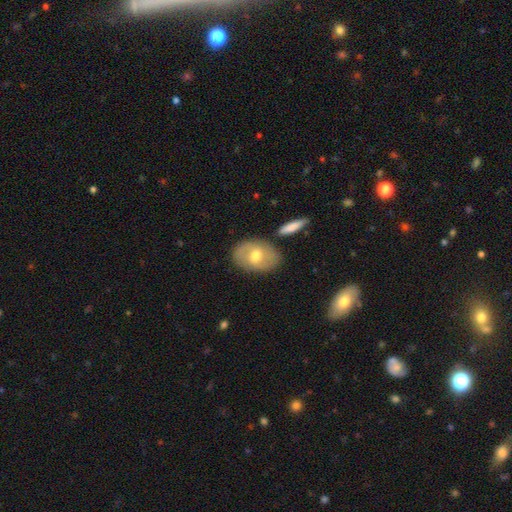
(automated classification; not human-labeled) Q: Smooth or featured?
A: smooth (53%); runner-up: featured or disk (40%)
Q: How rounded?
A: in between (82%); runner-up: round (16%)
Q: Merging?
A: none (78%); runner-up: minor disturbance (13%)